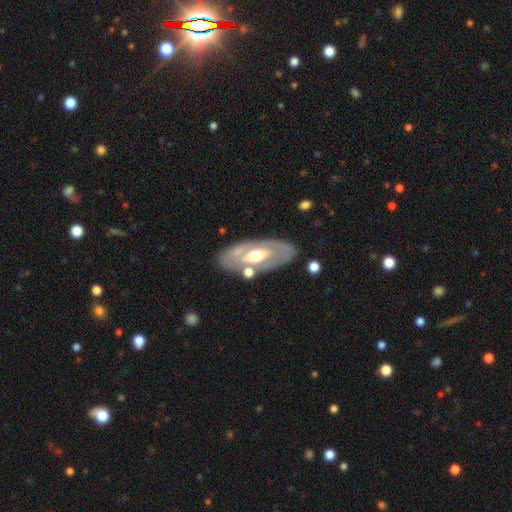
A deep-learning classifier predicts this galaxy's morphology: This is likely a featured or disk galaxy (71%). It is clearly not viewed edge-on (85%). Bar: possibly no (56%). Spiral arm pattern: likely no (67%). Central bulge: likely moderate (72%). Merging: likely none (75%).